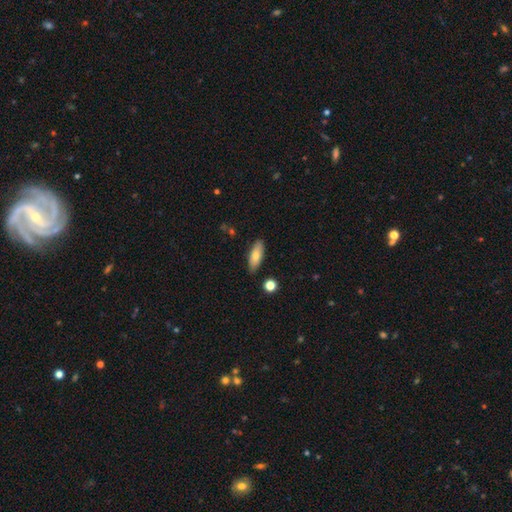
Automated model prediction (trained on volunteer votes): Smooth or featured: smooth — 74% (featured or disk — 19%)
How rounded: in between — 70% (cigar-shaped — 27%)
Merging: none — 86% (minor disturbance — 10%)